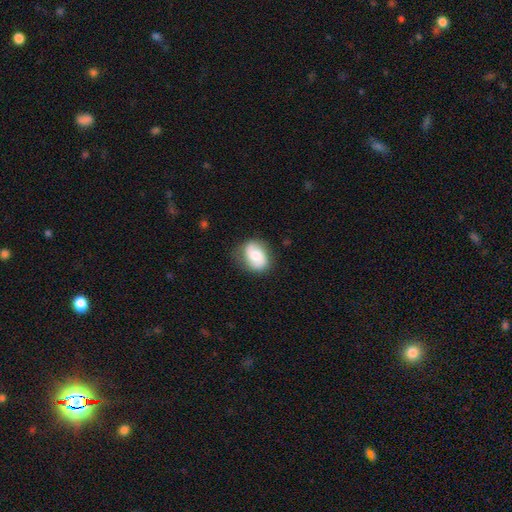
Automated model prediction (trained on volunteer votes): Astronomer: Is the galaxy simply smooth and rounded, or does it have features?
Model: smooth — 54% (runner-up: featured or disk, 39%).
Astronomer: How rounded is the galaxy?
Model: in between — 66%.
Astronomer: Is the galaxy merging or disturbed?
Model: none — 72%.